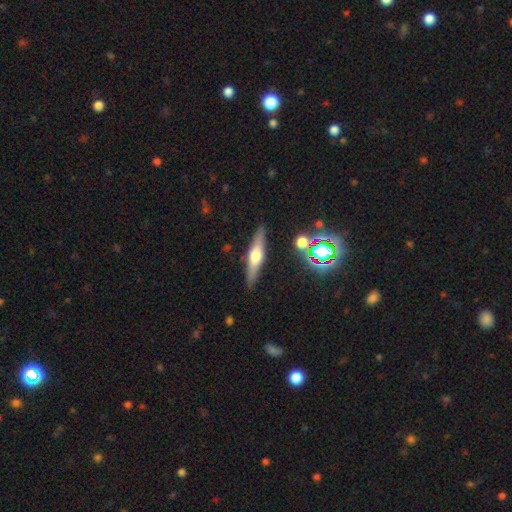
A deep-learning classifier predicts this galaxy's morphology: The model was most divided on "smooth or featured": featured or disk: 62%, smooth: 30%, star or artifact: 8%. More confident: edge-on disk — yes (95%); edge-on bulge — rounded (91%); merging — none (88%).